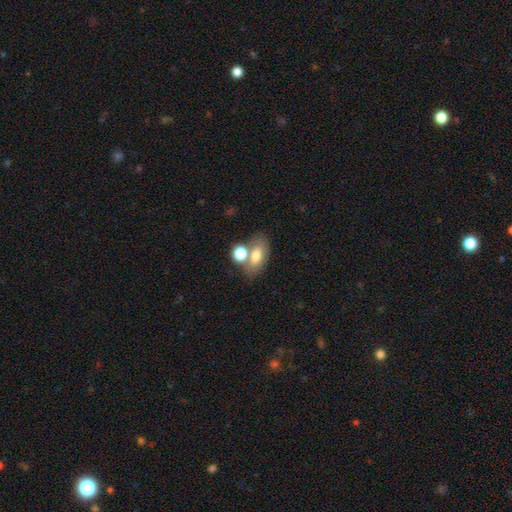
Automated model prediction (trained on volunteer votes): smooth 71%, featured or disk 19%, star or artifact 10%. Down the decision tree: how rounded — in between (81%); merging — none (46%).